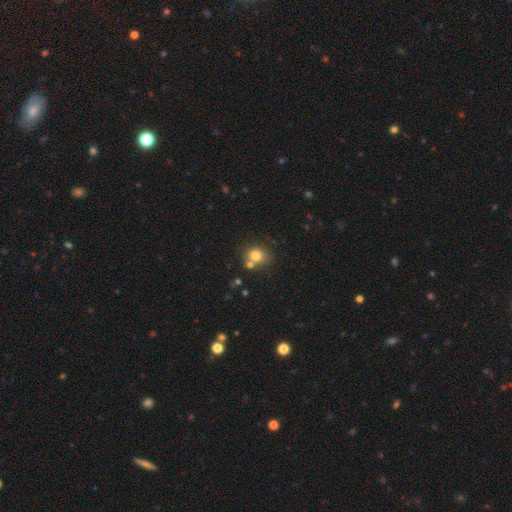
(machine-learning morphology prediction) This appears to be a smooth galaxy with no disk features (77%) that is round (69%). Merging: none (60%).